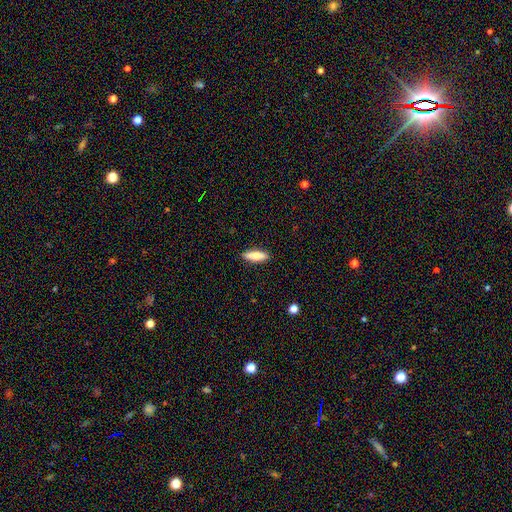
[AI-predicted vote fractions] This appears to be a smooth galaxy with no disk features (77%) that is cigar-shaped (56%). Merging: none (90%).